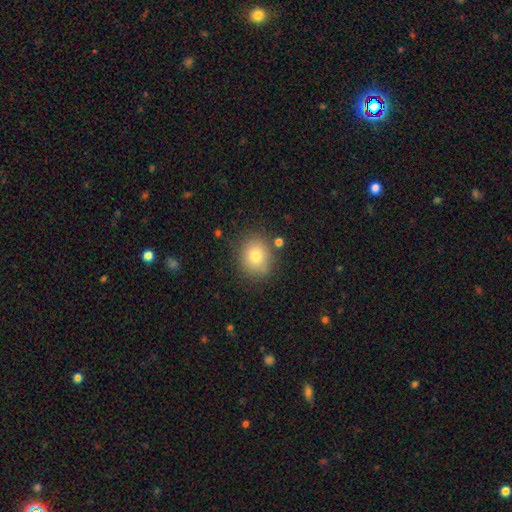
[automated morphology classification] Overall: smooth (78%). How rounded: round (69%; in between 30%). Merging: none (82%).